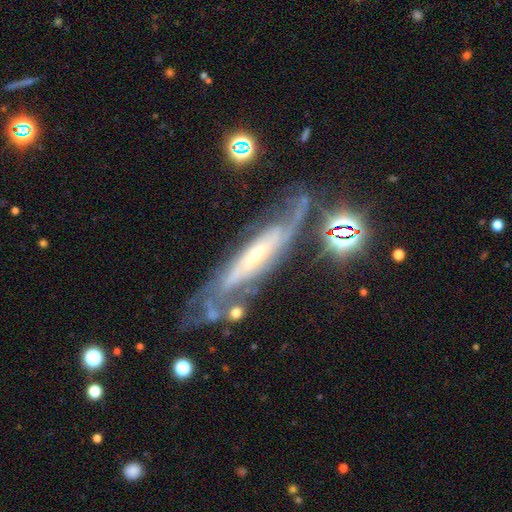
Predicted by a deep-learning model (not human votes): Smooth or featured? featured or disk (81%)
Edge-on disk? no (70%)
Bar? no (51%)
Spiral arms? yes (92%)
Spiral winding? tight (51%)
Spiral arm count? can't tell (43%)
Bulge size? small (68%)
Merging? none (61%)